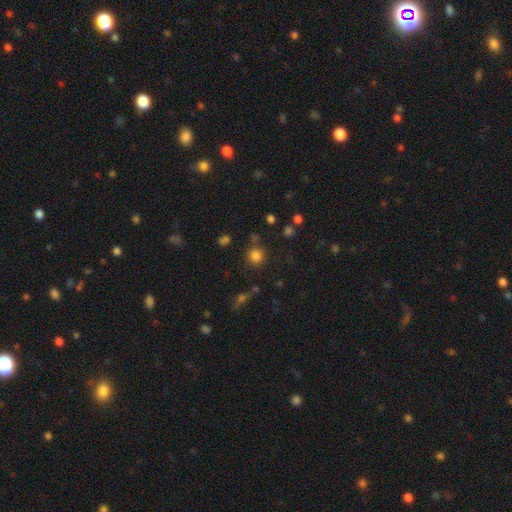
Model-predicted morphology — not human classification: Q: Smooth or featured?
A: smooth (80%); runner-up: star or artifact (15%)
Q: How rounded?
A: round (88%); runner-up: in between (11%)
Q: Merging?
A: none (79%); runner-up: minor disturbance (10%)